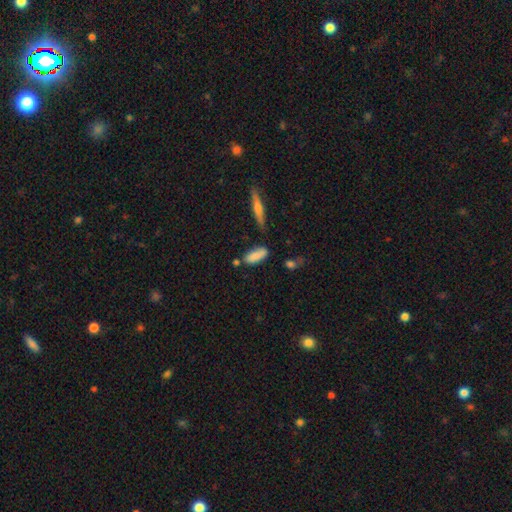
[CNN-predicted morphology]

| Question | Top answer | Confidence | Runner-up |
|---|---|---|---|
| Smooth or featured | smooth | 82% | featured or disk (11%) |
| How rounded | in between | 71% | cigar-shaped (27%) |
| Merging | none | 65% | minor disturbance (20%) |